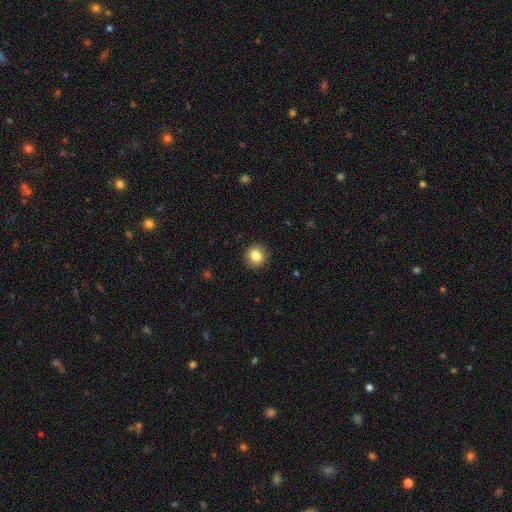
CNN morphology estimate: The model was most divided on "smooth or featured": smooth: 84%, star or artifact: 10%, featured or disk: 6%. More confident: merging — none (91%); how rounded — round (89%).